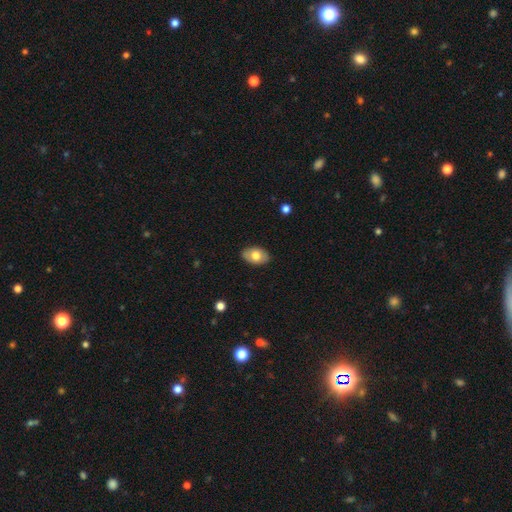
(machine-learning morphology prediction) Smooth or featured: smooth — 68% (featured or disk — 26%)
How rounded: in between — 89% (round — 10%)
Merging: none — 85% (minor disturbance — 11%)